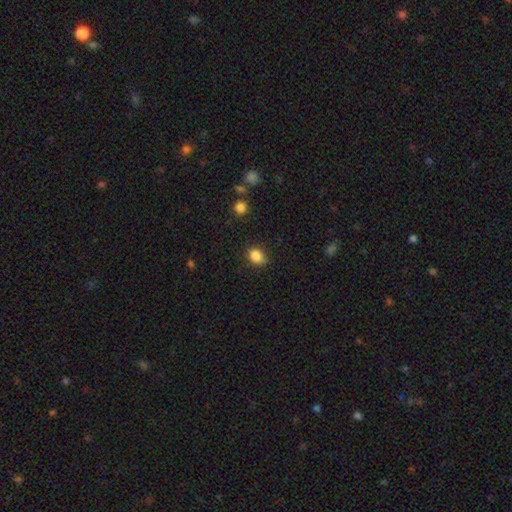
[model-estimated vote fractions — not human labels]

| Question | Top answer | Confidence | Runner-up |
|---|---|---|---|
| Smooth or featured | smooth | 86% | star or artifact (10%) |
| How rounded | round | 50% | in between (49%) |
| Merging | none | 79% | minor disturbance (16%) |